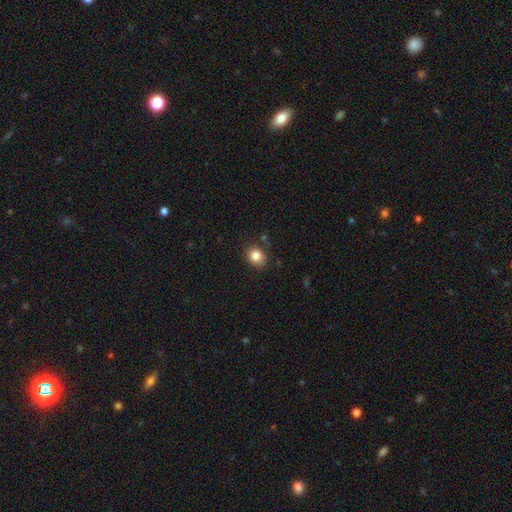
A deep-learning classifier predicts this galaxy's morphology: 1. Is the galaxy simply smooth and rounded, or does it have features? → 84% smooth, 10% star or artifact, 6% featured or disk.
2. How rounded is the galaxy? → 68% round, 31% in between, 1% cigar-shaped.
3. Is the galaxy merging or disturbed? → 83% none, 11% minor disturbance, 3% major disturbance, 3% merger.